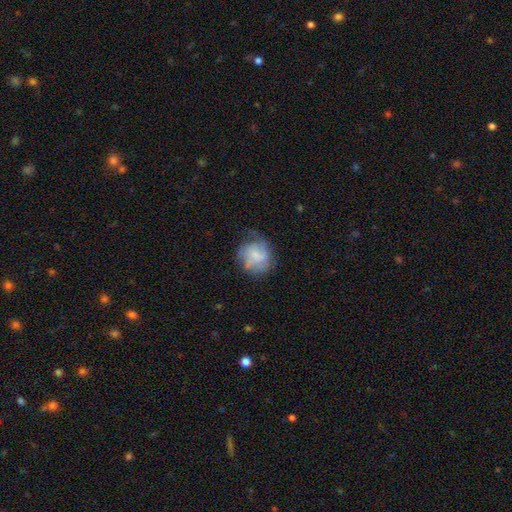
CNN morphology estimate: Smooth or featured? smooth (47%)
Merging? none (53%)